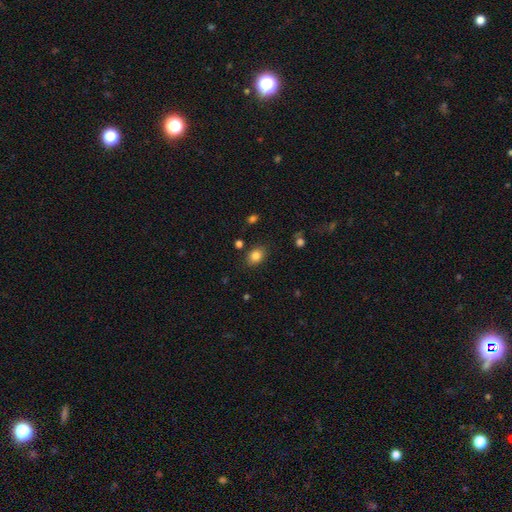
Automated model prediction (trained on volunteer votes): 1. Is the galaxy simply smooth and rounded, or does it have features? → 83% smooth, 10% star or artifact, 7% featured or disk.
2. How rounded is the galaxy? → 67% in between, 32% round, 1% cigar-shaped.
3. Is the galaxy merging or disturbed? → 84% none, 11% minor disturbance, 3% major disturbance, 2% merger.